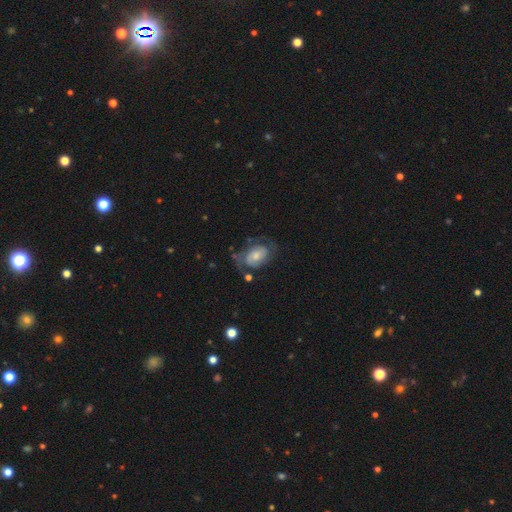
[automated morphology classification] This is likely a featured or disk galaxy (66%). It is clearly not viewed edge-on (96%). Bar: likely no (63%). Spiral arm pattern: clearly yes (83%). Spiral arm count: likely 2 (61%). Spiral winding: marginally tight (41%). Central bulge: marginally moderate (44%). Merging: possibly none (52%).